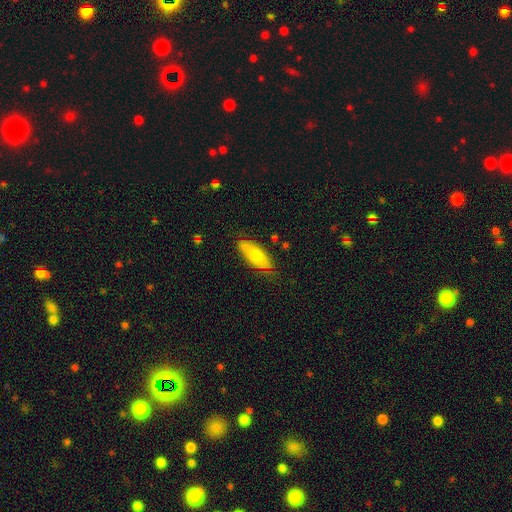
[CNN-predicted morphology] This is likely a smooth galaxy (71%). How rounded: likely in between (79%). Merging: likely none (73%).